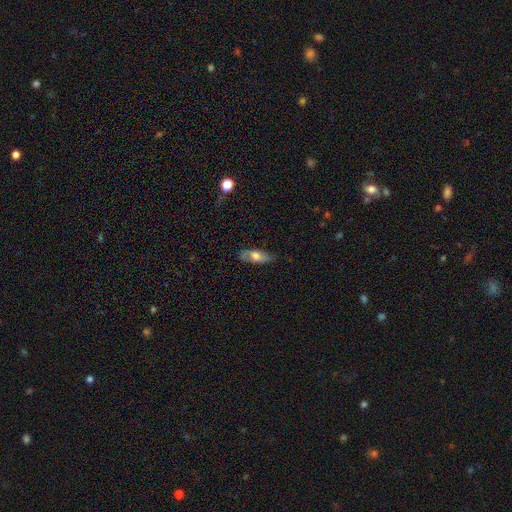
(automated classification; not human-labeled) A smooth galaxy with no disk features (63%) that is in between round and cigar-shaped (72%).

Vote fractions:
- Smooth or featured? smooth: 63% / featured or disk: 30% / star or artifact: 7%
- How rounded? in between: 72% / cigar-shaped: 24% / round: 3%
- Merging? none: 73% / minor disturbance: 21% / major disturbance: 5% / merger: 2%